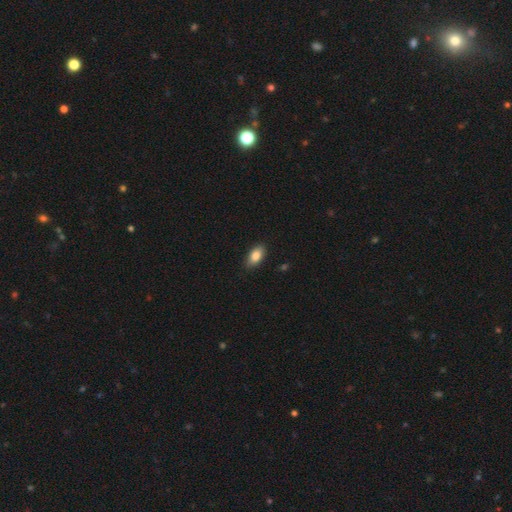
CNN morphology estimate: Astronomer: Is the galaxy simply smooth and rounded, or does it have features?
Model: smooth — 85%.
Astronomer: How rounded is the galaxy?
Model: in between — 91%.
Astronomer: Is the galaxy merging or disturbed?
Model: none — 86%.